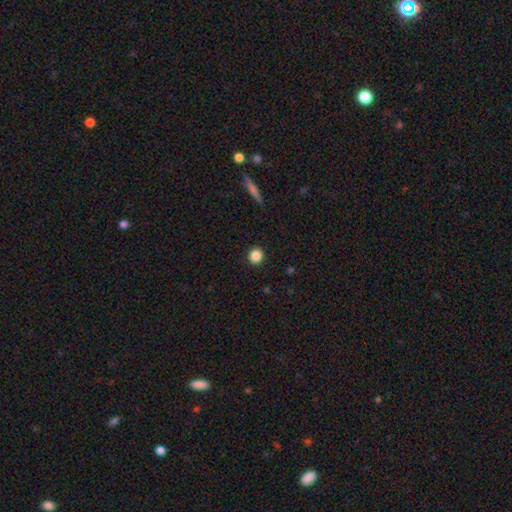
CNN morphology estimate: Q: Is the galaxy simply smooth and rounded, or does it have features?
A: smooth — 86%.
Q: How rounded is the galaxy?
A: round — 92%.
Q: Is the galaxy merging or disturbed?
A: none — 92%.